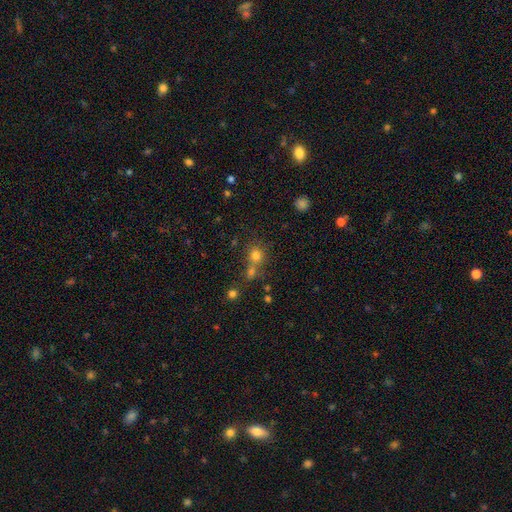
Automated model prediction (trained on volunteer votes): Morphology: type=smooth (74%); roundness=round (83%); merging=none (53%).